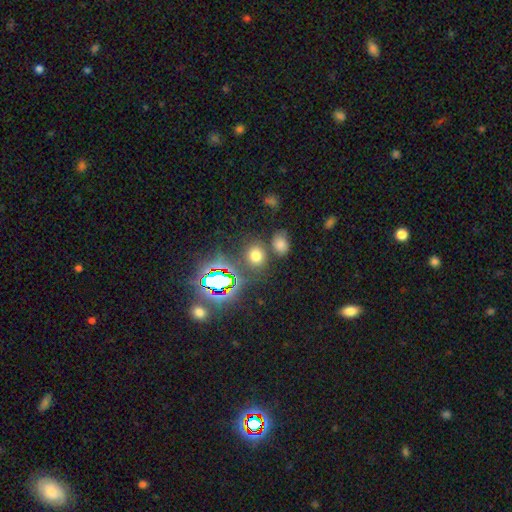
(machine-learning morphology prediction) smooth 64%, star or artifact 29%, featured or disk 7%. Down the decision tree: how rounded — round (58%); merging — none (75%).